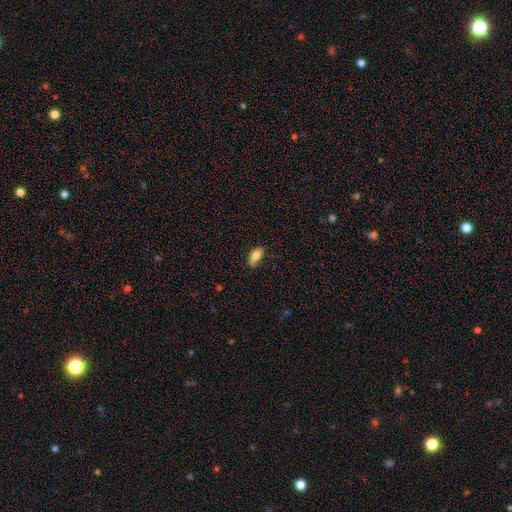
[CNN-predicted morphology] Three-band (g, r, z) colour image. It shows a smooth galaxy with no disk features (79%) that is in between round and cigar-shaped (85%). Merging: none (66%).